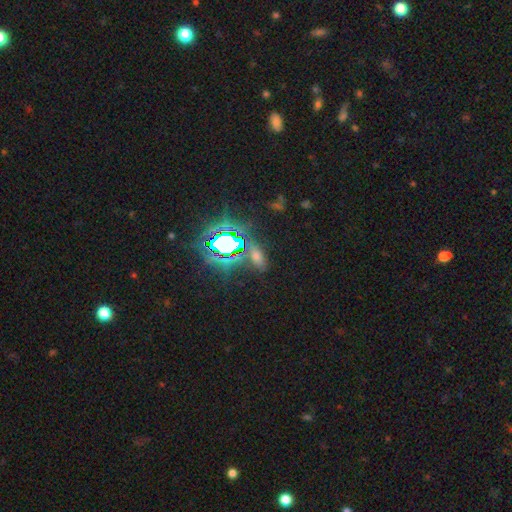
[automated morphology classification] A star or artifact, not a galaxy (50%).

Vote fractions:
- Smooth or featured? star or artifact: 50% / smooth: 39% / featured or disk: 11%